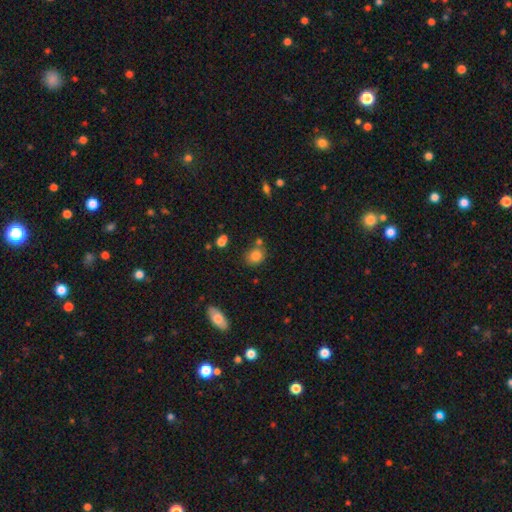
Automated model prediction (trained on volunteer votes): Smooth or featured? Predicted: smooth (p=0.82). How rounded? Predicted: round (p=0.60). Merging? Predicted: none (p=0.68).